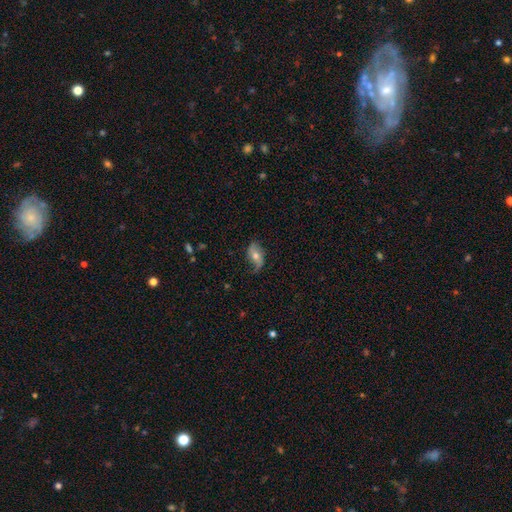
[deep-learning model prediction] smooth-or-featured: featured or disk: 52% | smooth: 40% | star or artifact: 8%
  disk-edge-on: no: 90% | yes: 10%
  merging: none: 58% | minor disturbance: 29% | major disturbance: 11% | merger: 2%